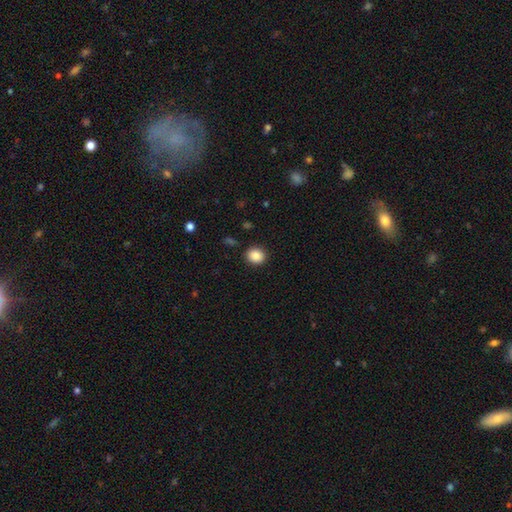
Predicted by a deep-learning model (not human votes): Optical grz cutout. It shows a smooth galaxy with no disk features (87%) that is round (75%). Merging: none (90%).